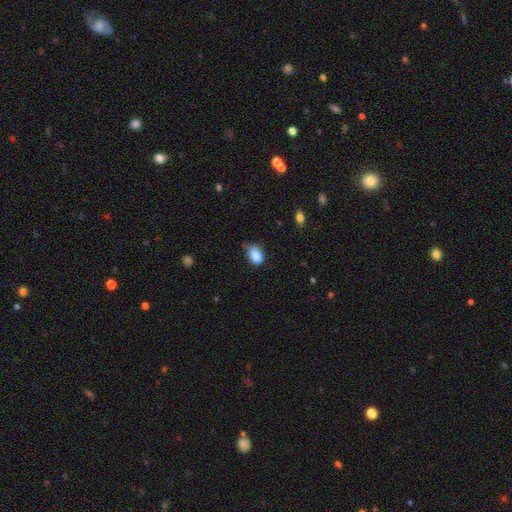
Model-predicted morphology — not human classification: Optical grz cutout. It shows a smooth galaxy with no disk features (86%) that is in between round and cigar-shaped (82%). Merging: none (47%).